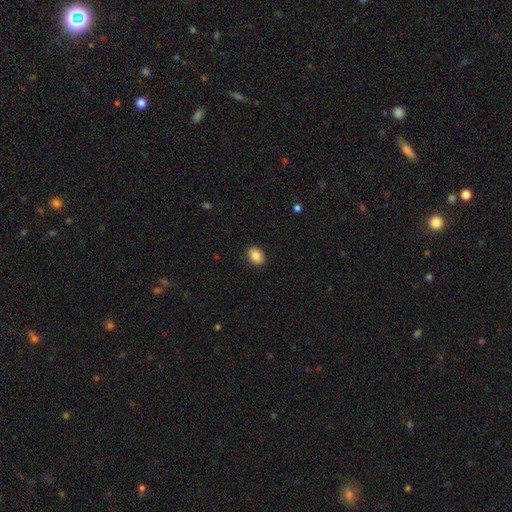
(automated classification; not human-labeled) Smooth or featured? smooth (87%)
How rounded? in between (65%)
Merging? none (90%)